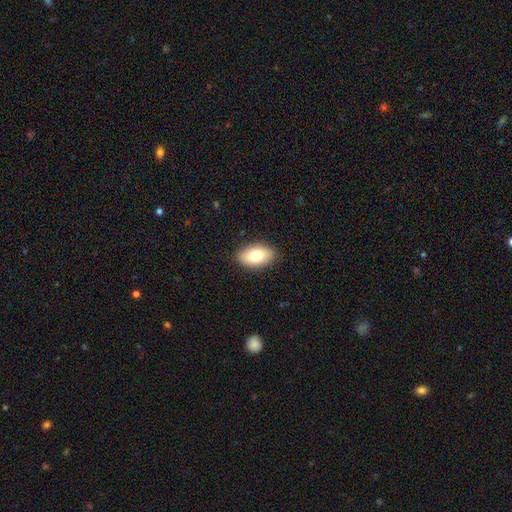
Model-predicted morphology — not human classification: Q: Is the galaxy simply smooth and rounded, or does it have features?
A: smooth — 77%.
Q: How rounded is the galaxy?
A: in between — 92%.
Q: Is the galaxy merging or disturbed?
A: none — 89%.